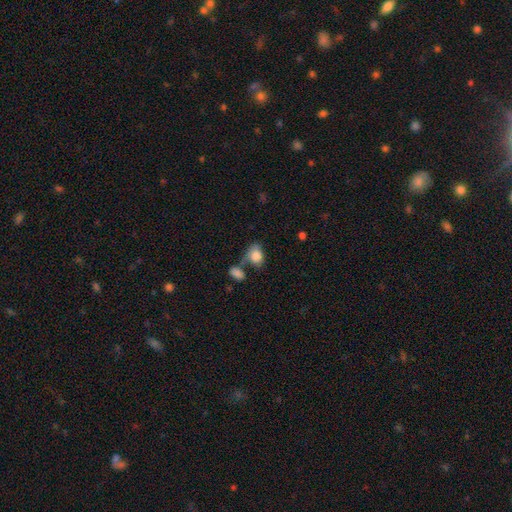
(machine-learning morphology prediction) smooth 83%, featured or disk 9%, star or artifact 8%. Down the decision tree: how rounded — in between (80%); merging — none (40%).